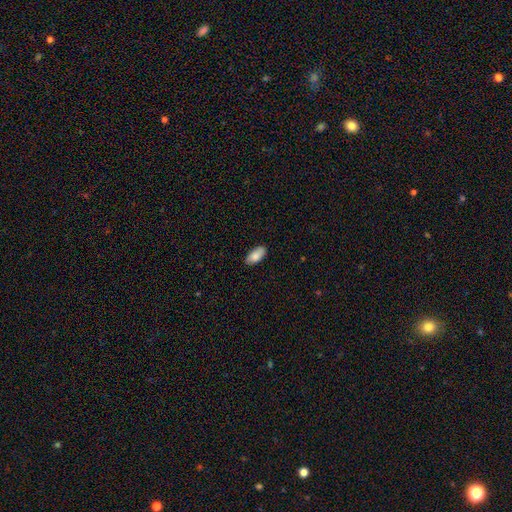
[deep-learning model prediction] smooth-or-featured: smooth: 85% | featured or disk: 9% | star or artifact: 6%
  how-rounded: in between: 92% | cigar-shaped: 6% | round: 2%
  merging: none: 87% | minor disturbance: 11% | major disturbance: 2% | merger: 1%